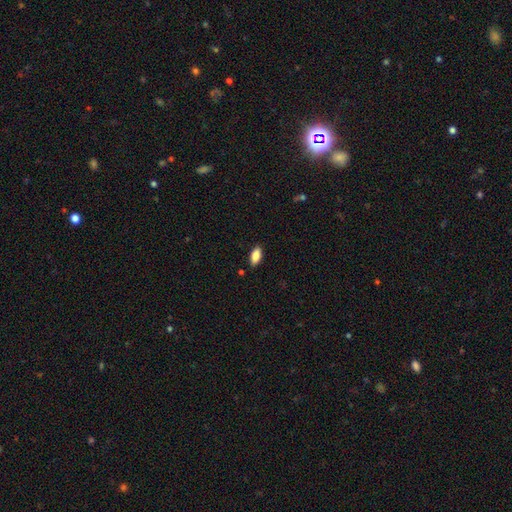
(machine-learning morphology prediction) The model was most divided on "smooth or featured": smooth: 85%, featured or disk: 8%, star or artifact: 7%. More confident: how rounded — in between (88%); merging — none (88%).